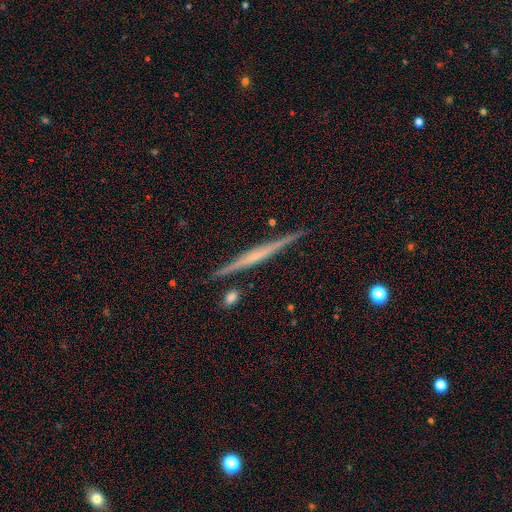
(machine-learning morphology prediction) smooth-or-featured: featured or disk: 72% | smooth: 22% | star or artifact: 6%
  disk-edge-on: yes: 98% | no: 2%
    edge-on-bulge: none: 53% | rounded: 34% | boxy: 13%
  merging: none: 90% | minor disturbance: 7% | merger: 2% | major disturbance: 1%